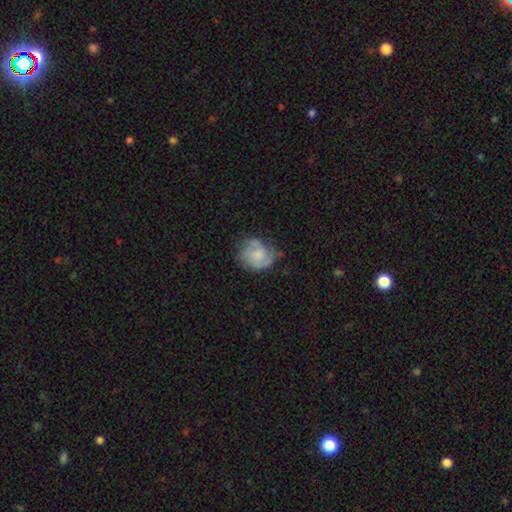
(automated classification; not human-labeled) A featured or disk galaxy (53%) with no bar (71%), spiral arms (84%) and a small central bulge (42%). Merging: none (61%).